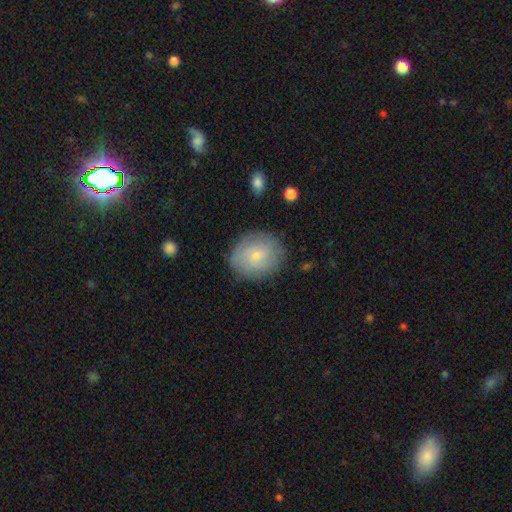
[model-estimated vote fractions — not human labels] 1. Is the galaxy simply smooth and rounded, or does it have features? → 66% smooth, 26% featured or disk, 8% star or artifact.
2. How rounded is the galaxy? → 65% round, 34% in between, 1% cigar-shaped.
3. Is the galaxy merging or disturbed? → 80% none, 14% minor disturbance, 4% major disturbance, 1% merger.